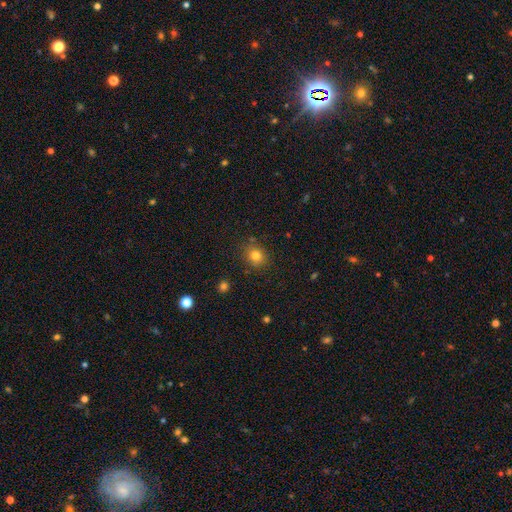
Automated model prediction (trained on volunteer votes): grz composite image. It shows a smooth galaxy with no disk features (80%) that is round (77%). Merging: none (84%).